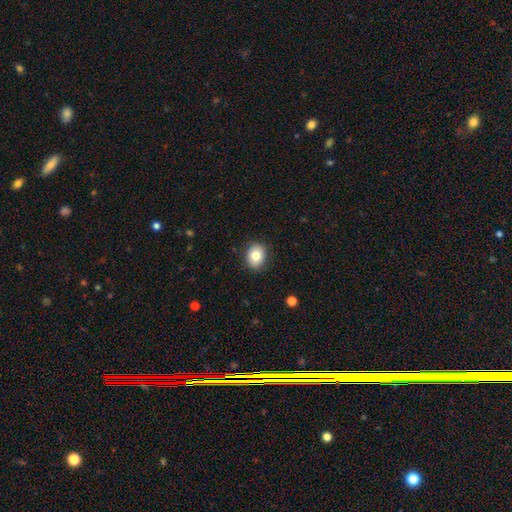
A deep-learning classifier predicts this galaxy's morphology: This is clearly a smooth galaxy (81%). How rounded: possibly round (52%). Merging: clearly none (89%).